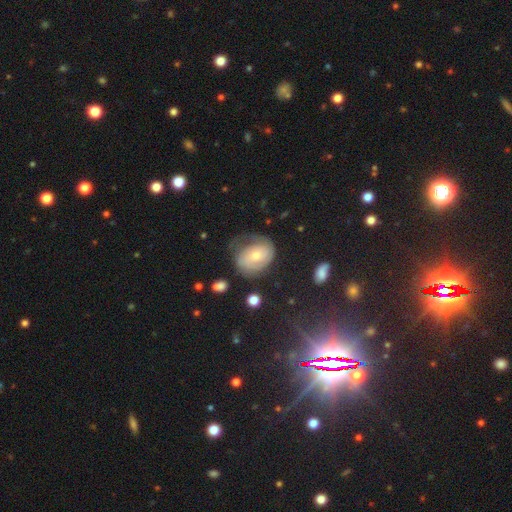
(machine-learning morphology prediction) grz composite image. It shows a featured or disk galaxy (59%) with no bar (69%), spiral arms (80%) and a small central bulge (49%). Merging: none (43%).